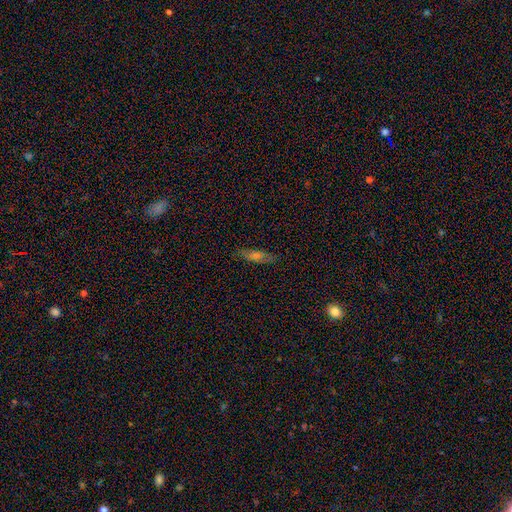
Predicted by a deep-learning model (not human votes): Q: Smooth or featured?
A: smooth (56%); runner-up: featured or disk (32%)
Q: How rounded?
A: cigar-shaped (62%); runner-up: in between (34%)
Q: Merging?
A: none (85%); runner-up: minor disturbance (12%)